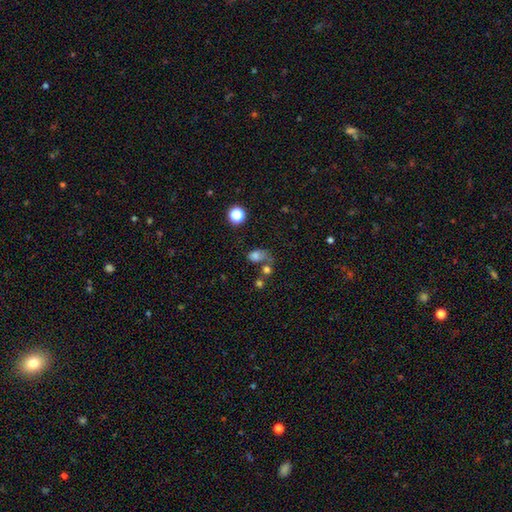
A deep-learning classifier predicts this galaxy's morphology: Smooth or featured? Predicted: smooth (p=0.72). How rounded? Predicted: in between (p=0.70). Merging? Predicted: none (p=0.31).